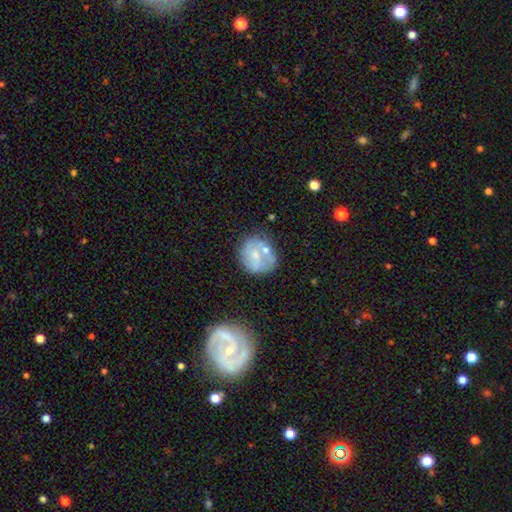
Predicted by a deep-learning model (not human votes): smooth_or_featured: smooth (p=0.46) [alt: featured or disk p=0.45]
merging: none (p=0.48) [alt: minor disturbance p=0.23]